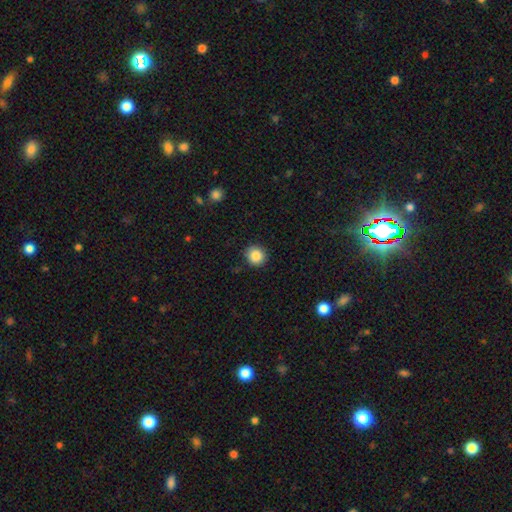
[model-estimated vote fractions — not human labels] This appears to be a smooth galaxy with no disk features (86%) that is round (90%). Merging: none (89%).